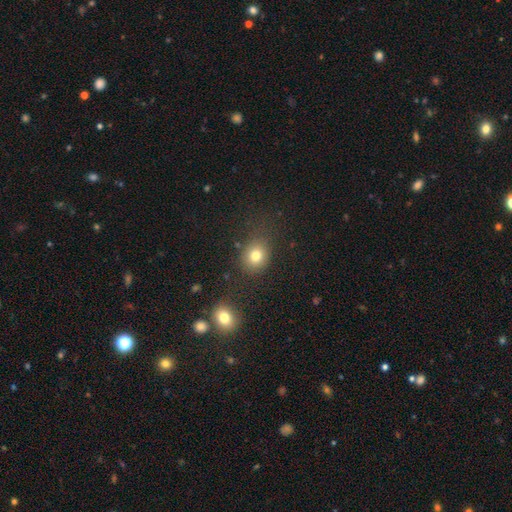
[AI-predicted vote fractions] Smooth or featured?
  - smooth: 78% *
  - star or artifact: 13%
  - featured or disk: 8%
How rounded?
  - round: 66% *
  - in between: 33%
  - cigar-shaped: 1%
Merging?
  - none: 77% *
  - minor disturbance: 13%
  - major disturbance: 5%
  - merger: 5%